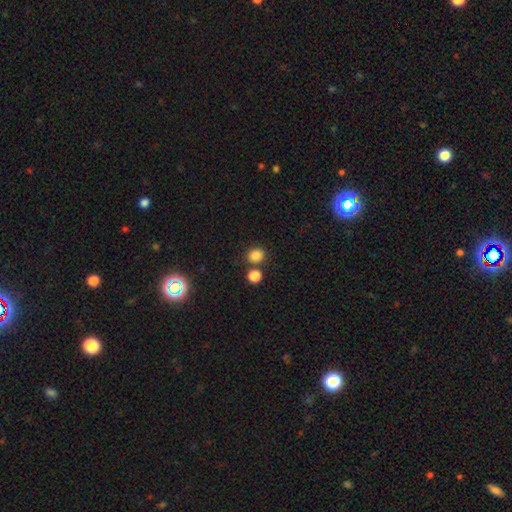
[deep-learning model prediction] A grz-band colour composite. It shows a smooth galaxy with no disk features (83%) that is round (77%). Merging: none (72%).